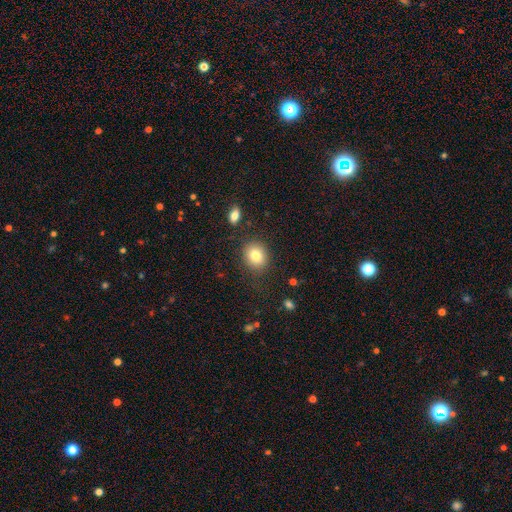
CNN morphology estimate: smooth-or-featured: smooth: 81% | star or artifact: 10% | featured or disk: 10%
  how-rounded: round: 67% | in between: 32% | cigar-shaped: 1%
  merging: none: 84% | minor disturbance: 10% | major disturbance: 3% | merger: 2%